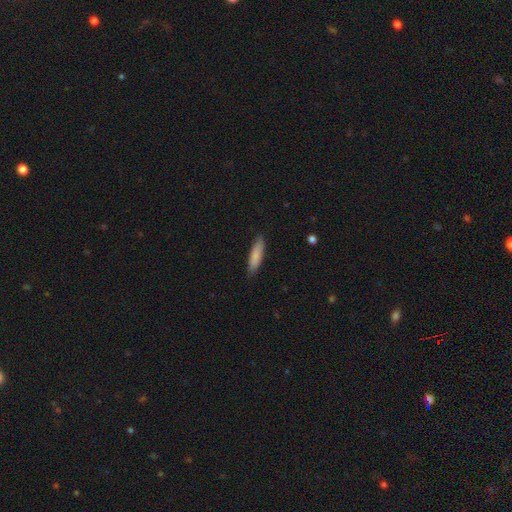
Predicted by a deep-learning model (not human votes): Morphology: type=smooth (84%); roundness=cigar-shaped (69%); merging=none (85%).